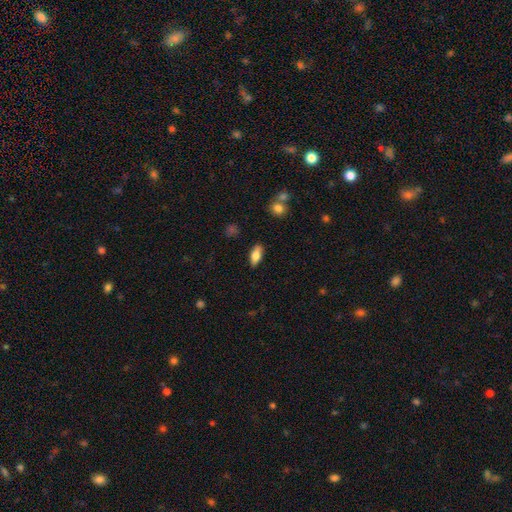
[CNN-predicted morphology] smooth_or_featured: smooth (p=0.73) [alt: featured or disk p=0.20]
how_rounded: in between (p=0.81) [alt: cigar-shaped p=0.16]
merging: none (p=0.85) [alt: minor disturbance p=0.11]